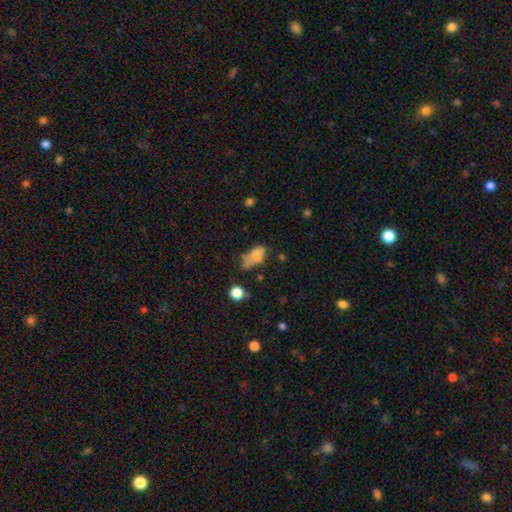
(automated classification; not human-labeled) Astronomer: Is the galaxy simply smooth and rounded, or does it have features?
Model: smooth — 64%.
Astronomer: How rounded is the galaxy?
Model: in between — 84%.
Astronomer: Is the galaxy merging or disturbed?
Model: none — 31% (runner-up: minor disturbance, 28%).